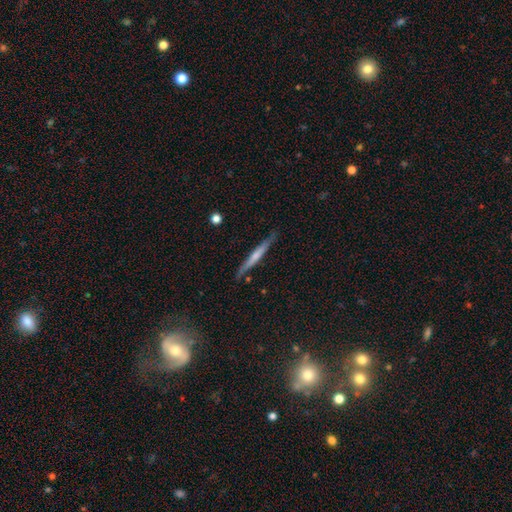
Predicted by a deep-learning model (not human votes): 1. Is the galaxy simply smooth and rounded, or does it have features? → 49% featured or disk, 46% smooth, 5% star or artifact.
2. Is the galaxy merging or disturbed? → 85% none, 11% minor disturbance, 2% major disturbance, 2% merger.